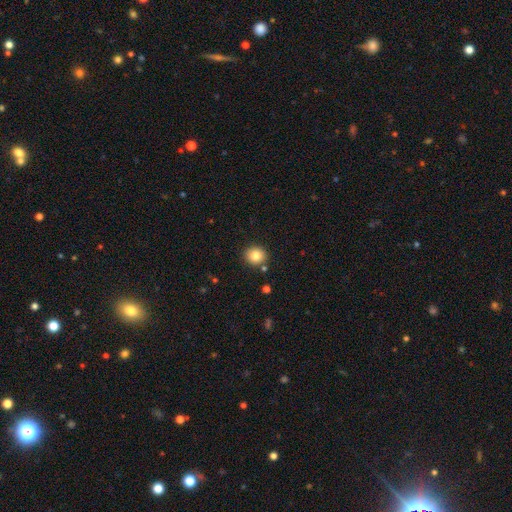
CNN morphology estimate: Smooth or featured?
  - smooth: 82% *
  - star or artifact: 10%
  - featured or disk: 7%
How rounded?
  - round: 84% *
  - in between: 15%
  - cigar-shaped: 1%
Merging?
  - none: 87% *
  - minor disturbance: 7%
  - merger: 4%
  - major disturbance: 2%